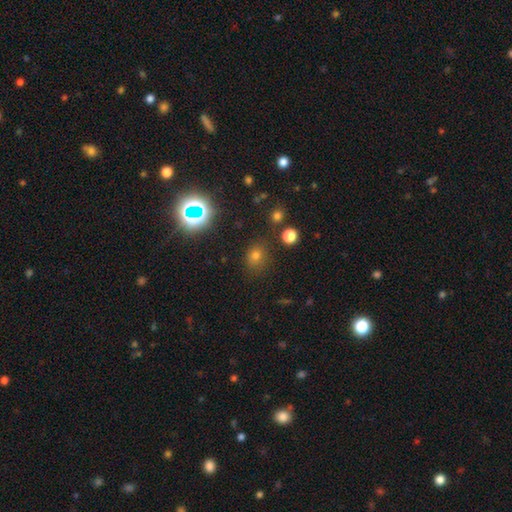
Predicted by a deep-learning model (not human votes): Smooth or featured: smooth — 63% (star or artifact — 29%)
How rounded: round — 66% (in between — 33%)
Merging: none — 83% (minor disturbance — 11%)